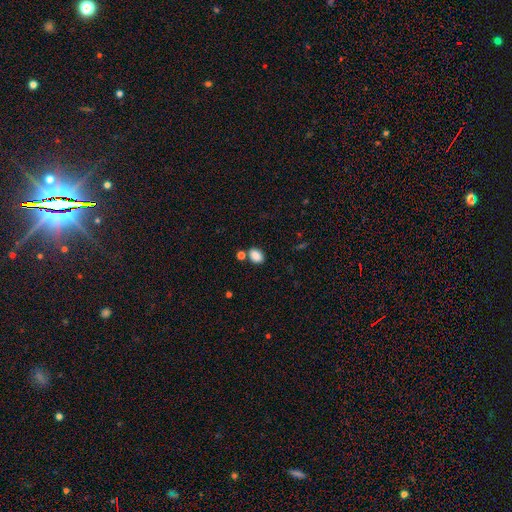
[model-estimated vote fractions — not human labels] smooth-or-featured: smooth: 86% | star or artifact: 9% | featured or disk: 4%
  how-rounded: in between: 73% | round: 26% | cigar-shaped: 1%
  merging: none: 70% | merger: 14% | minor disturbance: 12% | major disturbance: 4%